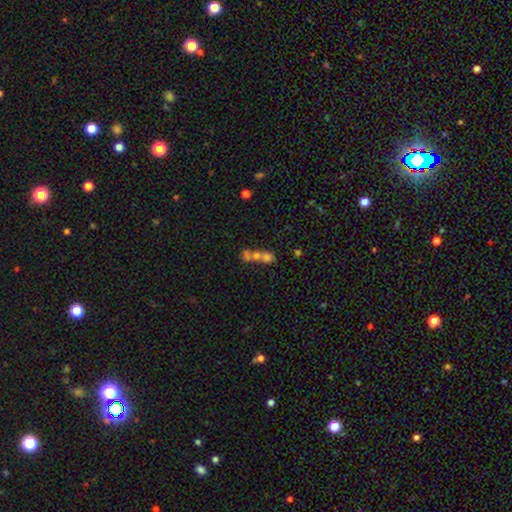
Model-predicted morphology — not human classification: smooth_or_featured: smooth (p=0.49) [alt: star or artifact p=0.26]
merging: merger (p=0.58) [alt: none p=0.30]